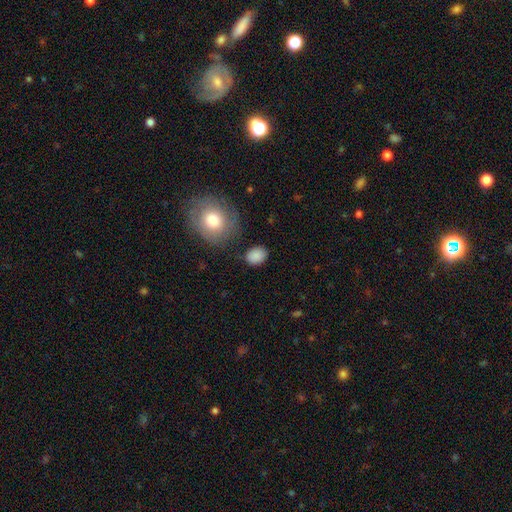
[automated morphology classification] This appears to be a smooth galaxy with no disk features (87%) that is in between round and cigar-shaped (63%). Merging: none (79%).